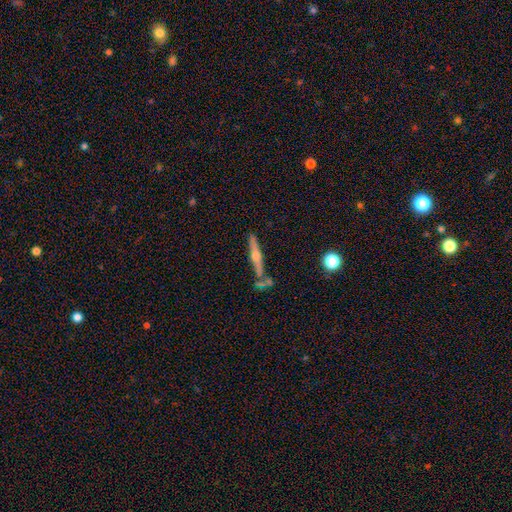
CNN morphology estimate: Smooth or featured? Predicted: featured or disk (p=0.71). Edge-on disk? Predicted: yes (p=0.96). Edge-on bulge? Predicted: rounded (p=0.89). Merging? Predicted: none (p=0.71).